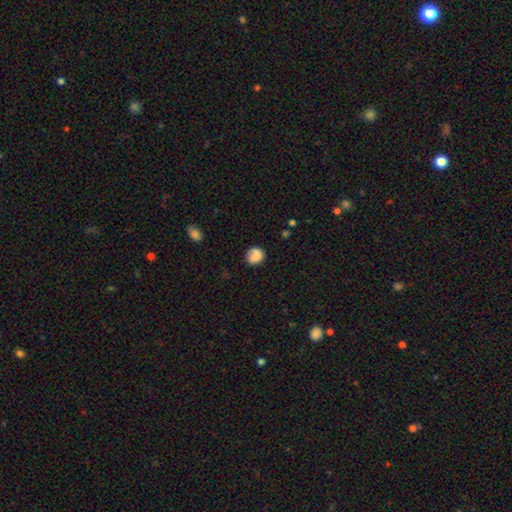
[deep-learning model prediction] This appears to be a smooth galaxy with no disk features (80%) that is round (76%). Merging: none (68%).